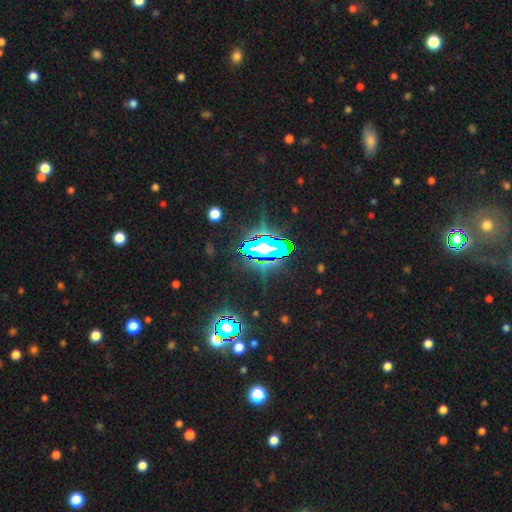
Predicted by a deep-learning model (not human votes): A star or artifact, not a galaxy (78%).

Vote fractions:
- Smooth or featured? star or artifact: 78% / smooth: 12% / featured or disk: 10%